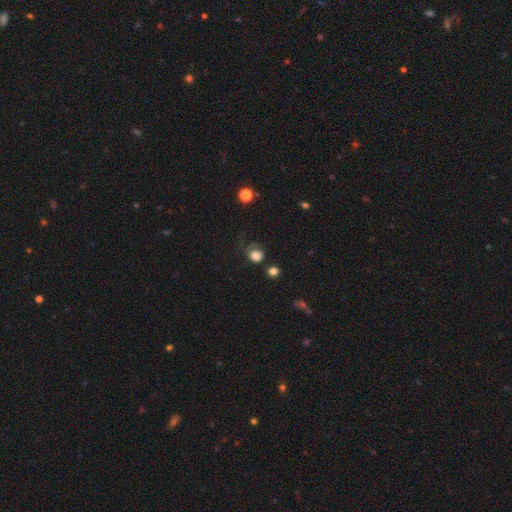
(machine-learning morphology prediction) Smooth or featured? smooth (76%)
How rounded? round (75%)
Merging? none (46%)